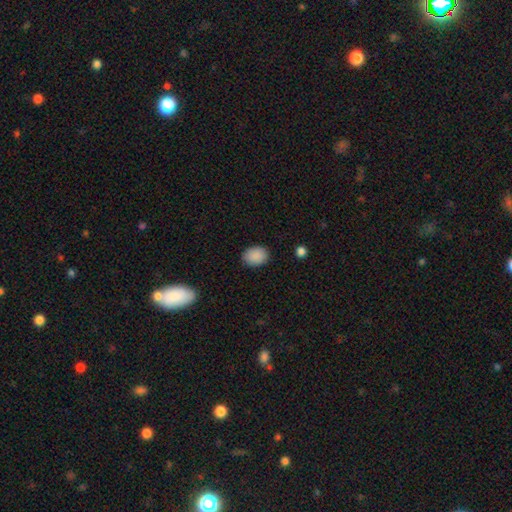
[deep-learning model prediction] This is clearly a smooth galaxy (89%). How rounded: likely in between (68%). Merging: clearly none (86%).